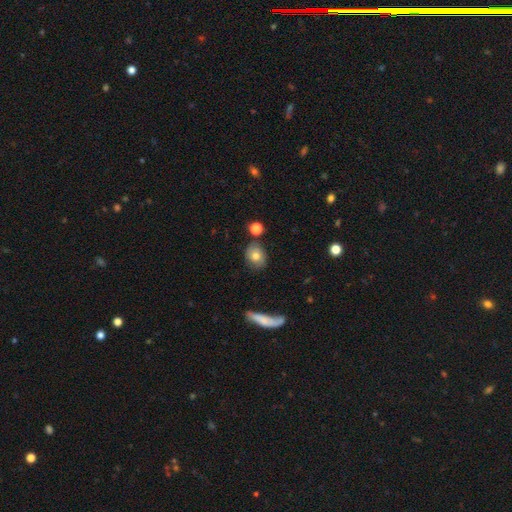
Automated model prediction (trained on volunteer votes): Smooth or featured? smooth (75%)
How rounded? round (54%)
Merging? none (76%)